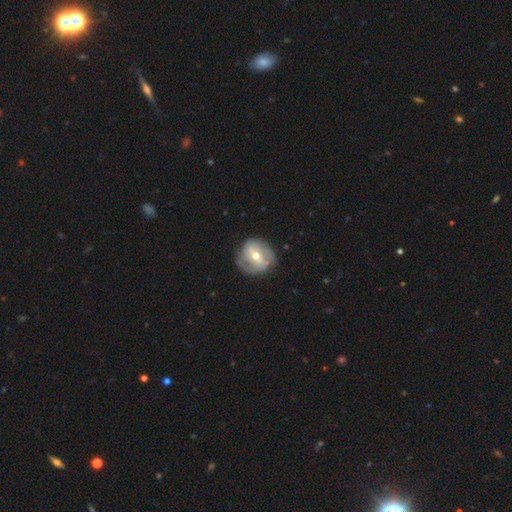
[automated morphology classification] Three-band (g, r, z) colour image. It shows a featured or disk galaxy (67%) with a weak bar (42%), spiral arms (74%) and a moderate central bulge (63%). Merging: none (73%).